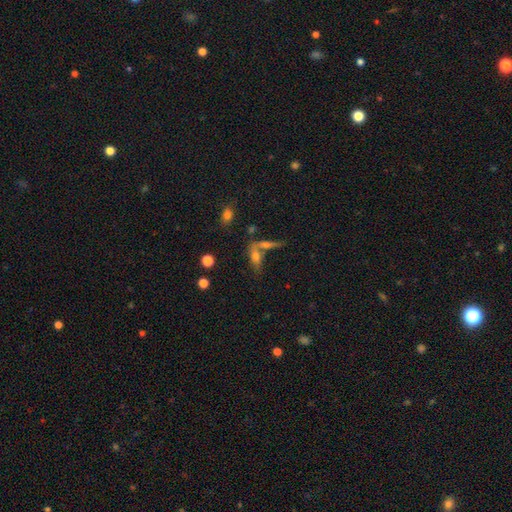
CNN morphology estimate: Smooth or featured: smooth — 54% (featured or disk — 31%)
How rounded: in between — 58% (cigar-shaped — 35%)
Merging: merger — 40% (tied with none — 40%)